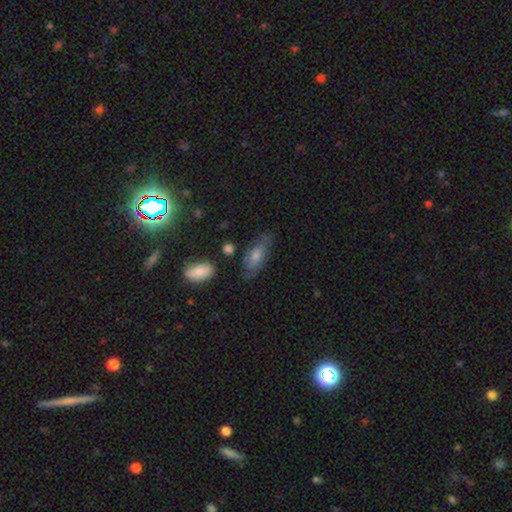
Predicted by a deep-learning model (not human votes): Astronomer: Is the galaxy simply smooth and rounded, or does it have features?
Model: smooth — 51% (runner-up: featured or disk, 35%).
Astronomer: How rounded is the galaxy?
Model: in between — 80%.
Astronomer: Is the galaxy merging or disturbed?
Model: none — 67%.